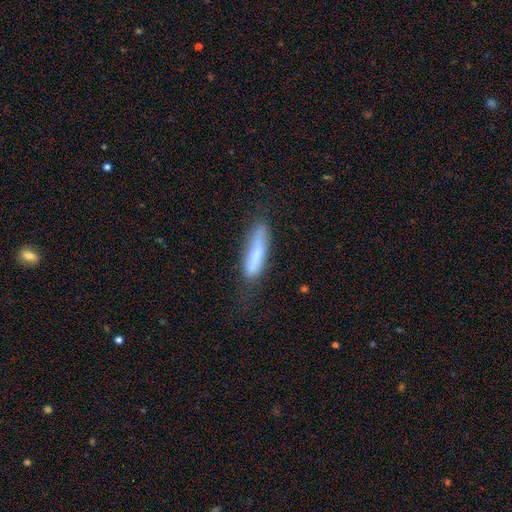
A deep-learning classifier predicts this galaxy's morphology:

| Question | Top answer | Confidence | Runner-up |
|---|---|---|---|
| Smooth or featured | smooth | 73% | featured or disk (21%) |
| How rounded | cigar-shaped | 78% | in between (21%) |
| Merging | none | 65% | minor disturbance (24%) |